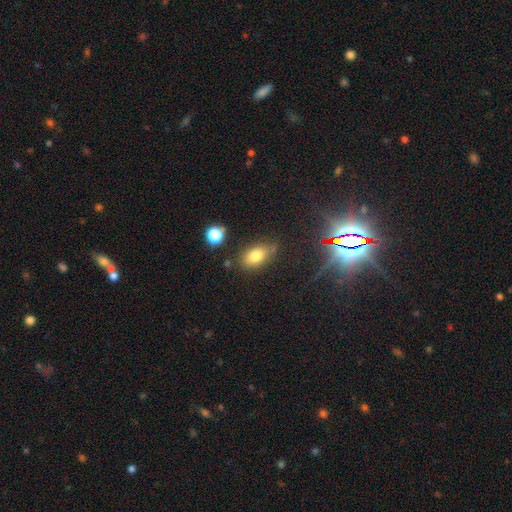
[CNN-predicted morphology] This is likely a smooth galaxy (77%). How rounded: clearly in between (85%). Merging: likely none (72%).